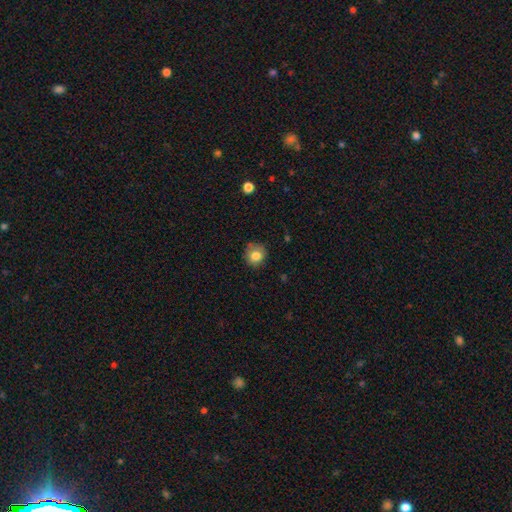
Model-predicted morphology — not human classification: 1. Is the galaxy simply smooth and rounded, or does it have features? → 81% smooth, 10% star or artifact, 9% featured or disk.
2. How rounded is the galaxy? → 88% round, 11% in between, 1% cigar-shaped.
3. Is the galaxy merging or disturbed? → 78% none, 17% minor disturbance, 4% major disturbance, 2% merger.